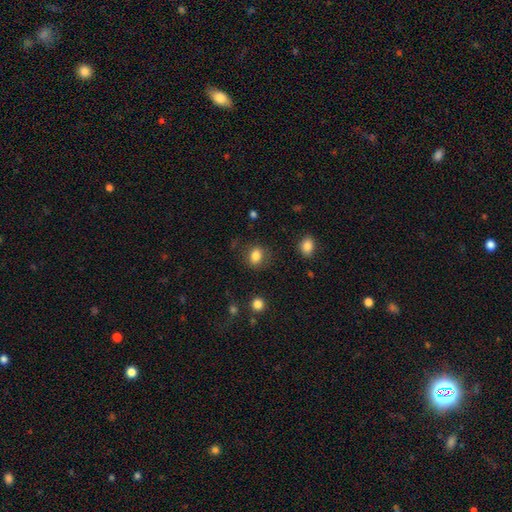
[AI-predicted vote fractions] The model was most divided on "how rounded": in between: 52%, round: 47%, cigar-shaped: 1%. More confident: smooth or featured — smooth (83%); merging — none (80%).